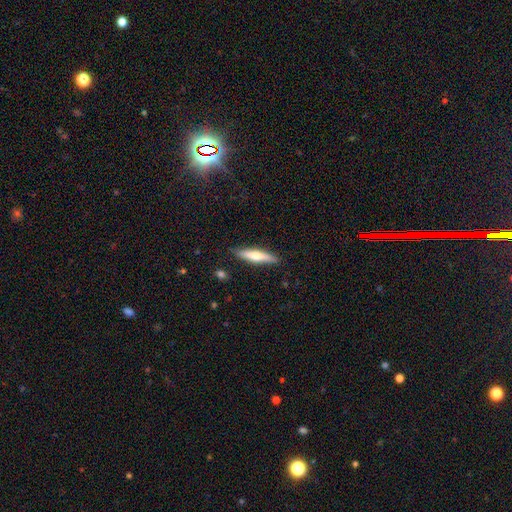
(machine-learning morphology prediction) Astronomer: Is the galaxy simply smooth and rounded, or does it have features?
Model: smooth — 54% (runner-up: featured or disk, 40%).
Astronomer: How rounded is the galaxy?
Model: cigar-shaped — 81%.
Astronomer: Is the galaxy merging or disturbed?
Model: none — 87%.